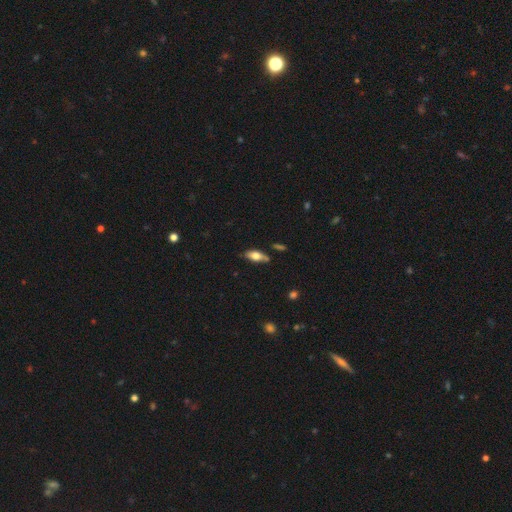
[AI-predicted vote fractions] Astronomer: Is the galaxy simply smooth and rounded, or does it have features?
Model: smooth — 62%.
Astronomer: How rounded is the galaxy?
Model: in between — 79%.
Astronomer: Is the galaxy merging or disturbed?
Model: none — 68%.